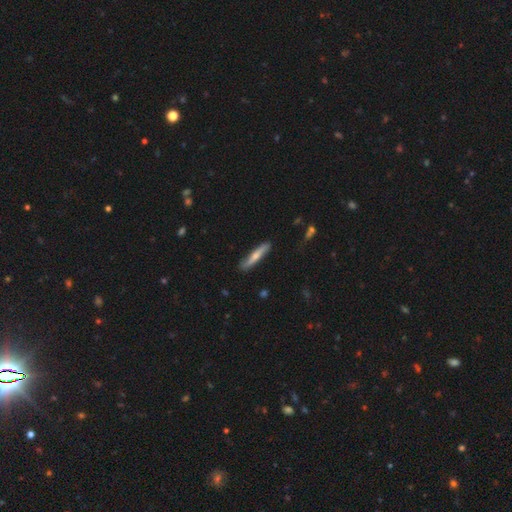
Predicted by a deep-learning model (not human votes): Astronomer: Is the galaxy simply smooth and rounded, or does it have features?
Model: smooth — 52% (runner-up: featured or disk, 43%).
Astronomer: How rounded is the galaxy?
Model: cigar-shaped — 91%.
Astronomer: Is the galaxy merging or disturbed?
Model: none — 85%.